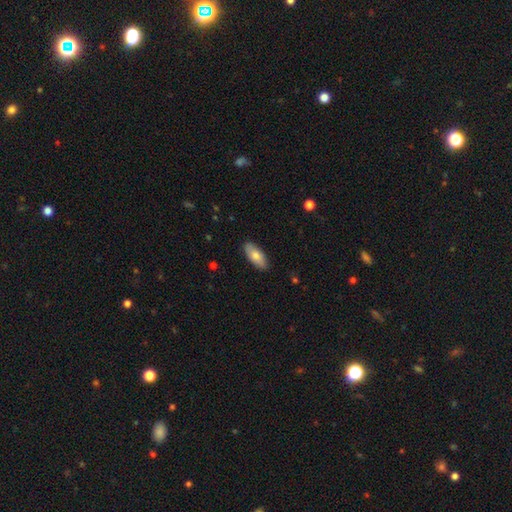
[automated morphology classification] smooth_or_featured: smooth (p=0.76) [alt: featured or disk p=0.18]
how_rounded: in between (p=0.83) [alt: cigar-shaped p=0.15]
merging: none (p=0.87) [alt: minor disturbance p=0.10]